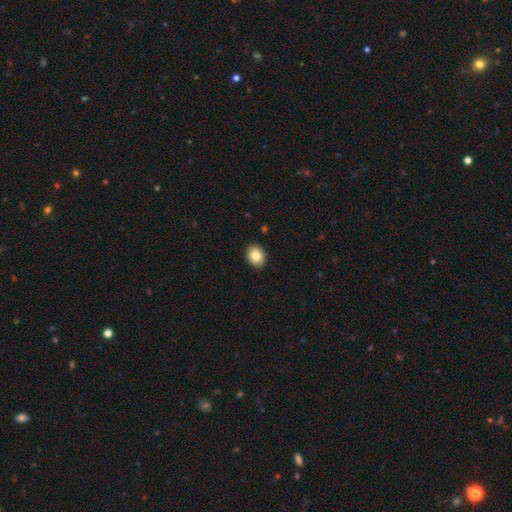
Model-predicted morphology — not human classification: The model was most divided on "how rounded": in between: 53%, round: 46%, cigar-shaped: 1%. More confident: merging — none (91%); smooth or featured — smooth (84%).